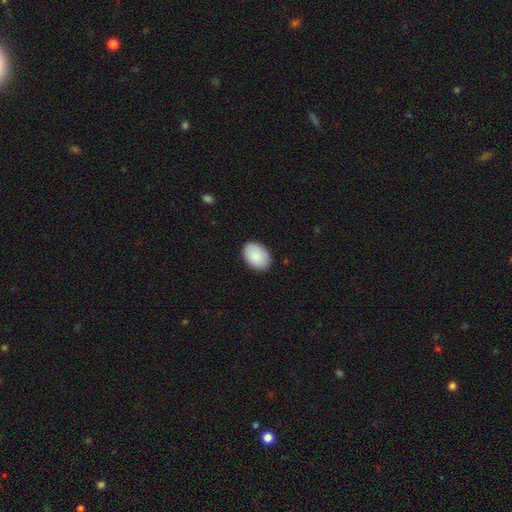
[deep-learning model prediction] Smooth or featured? smooth (89%)
How rounded? in between (86%)
Merging? none (86%)